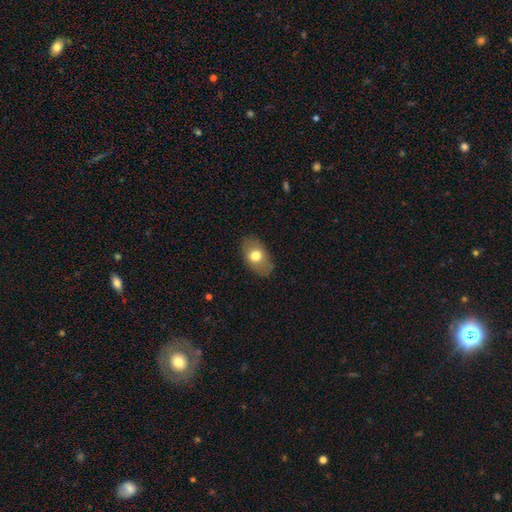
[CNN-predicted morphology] smooth 69%, featured or disk 24%, star or artifact 7%. Down the decision tree: how rounded — in between (88%); merging — none (83%).